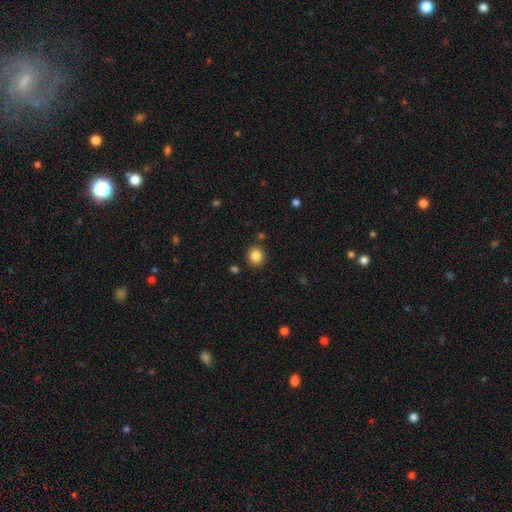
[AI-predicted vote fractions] Q: Smooth or featured?
A: smooth (85%); runner-up: star or artifact (10%)
Q: How rounded?
A: round (86%); runner-up: in between (13%)
Q: Merging?
A: none (87%); runner-up: minor disturbance (7%)